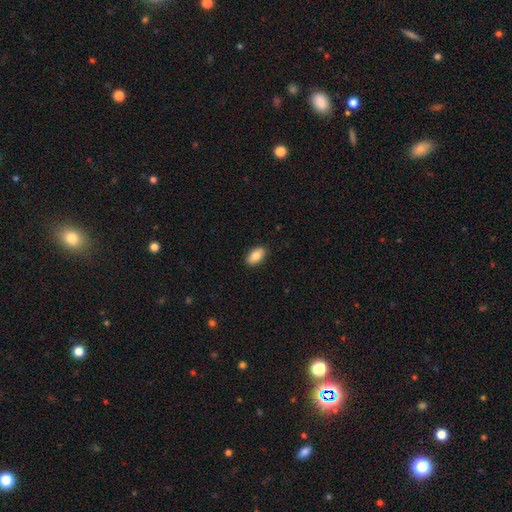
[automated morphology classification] Smooth or featured?
  - smooth: 83% *
  - featured or disk: 10%
  - star or artifact: 7%
How rounded?
  - in between: 93% *
  - round: 5%
  - cigar-shaped: 2%
Merging?
  - none: 89% *
  - minor disturbance: 8%
  - major disturbance: 2%
  - merger: 1%